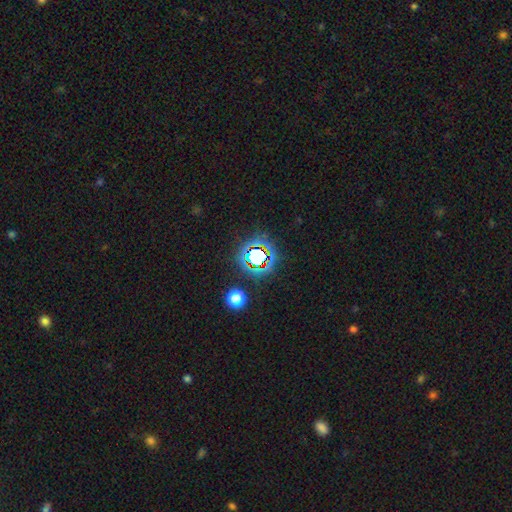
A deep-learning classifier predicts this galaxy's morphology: Overall: star or artifact (76%).